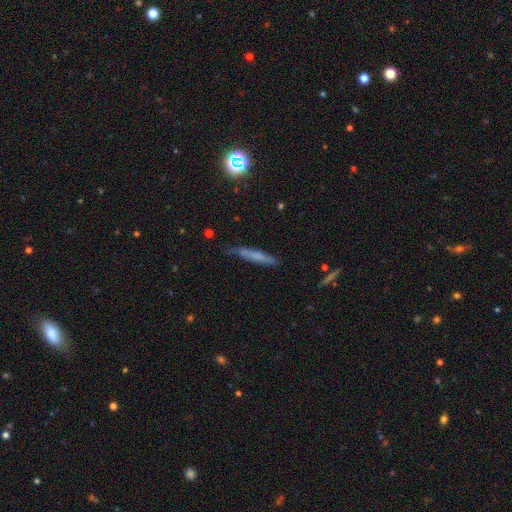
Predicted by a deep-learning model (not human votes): A smooth galaxy with no disk features (55%) that is cigar-shaped (91%).

Vote fractions:
- Smooth or featured? smooth: 55% / featured or disk: 34% / star or artifact: 11%
- How rounded? cigar-shaped: 91% / in between: 6% / round: 2%
- Merging? none: 72% / minor disturbance: 22% / major disturbance: 4% / merger: 2%